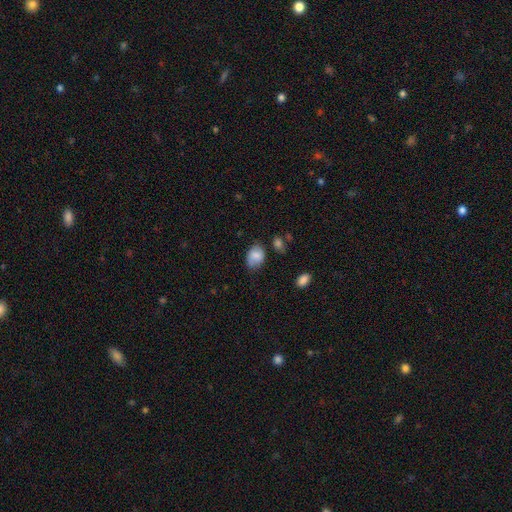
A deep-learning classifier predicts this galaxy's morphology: smooth_or_featured: smooth (p=0.81) [alt: featured or disk p=0.11]
how_rounded: in between (p=0.73) [alt: round p=0.26]
merging: none (p=0.64) [alt: minor disturbance p=0.27]